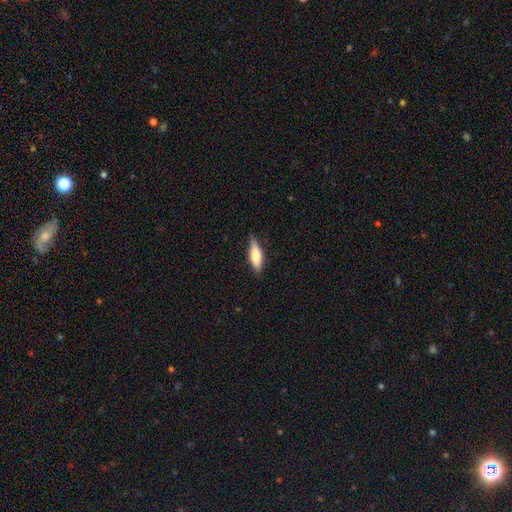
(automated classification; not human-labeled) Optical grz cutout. It shows a smooth galaxy with no disk features (68%) that is in between round and cigar-shaped (52%). Merging: none (80%).